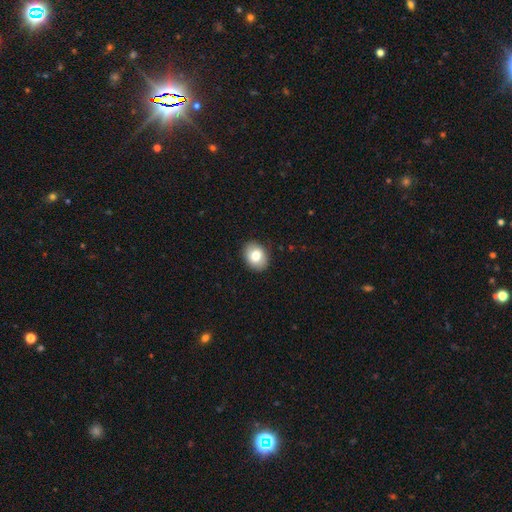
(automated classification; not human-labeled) Overall: smooth (79%). How rounded: in between (68%; round 31%). Merging: none (89%).